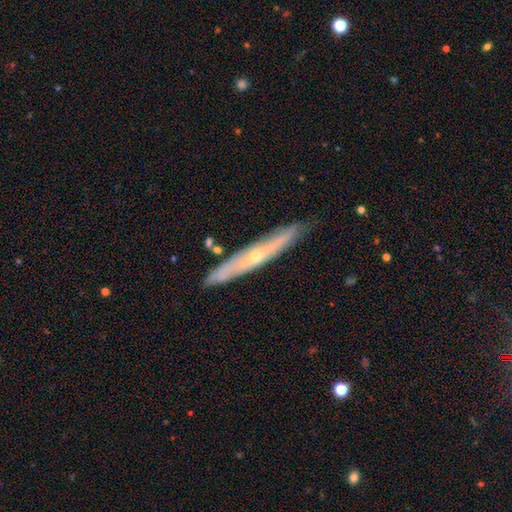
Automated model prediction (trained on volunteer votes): Smooth or featured: featured or disk — 63% (smooth — 31%)
Edge-on disk: yes — 78% (no — 22%)
Merging: none — 82% (minor disturbance — 13%)